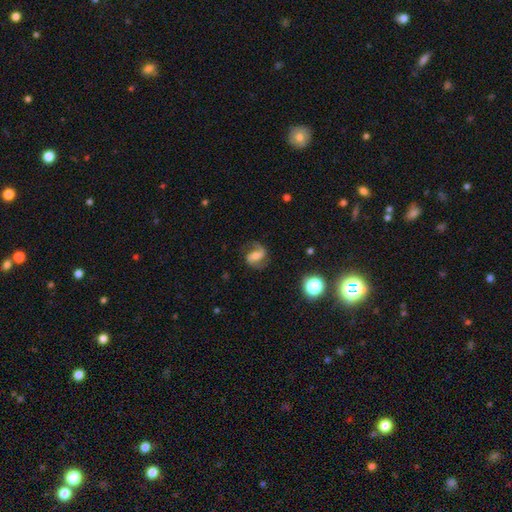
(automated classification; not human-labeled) This is clearly a featured or disk galaxy (81%). It is clearly not viewed edge-on (97%). Bar: marginally weak (41%). Spiral arm pattern: clearly yes (96%). Spiral arm count: clearly 2 (92%). Spiral winding: possibly medium (48%). Central bulge: marginally moderate (45%). Merging: likely none (79%).